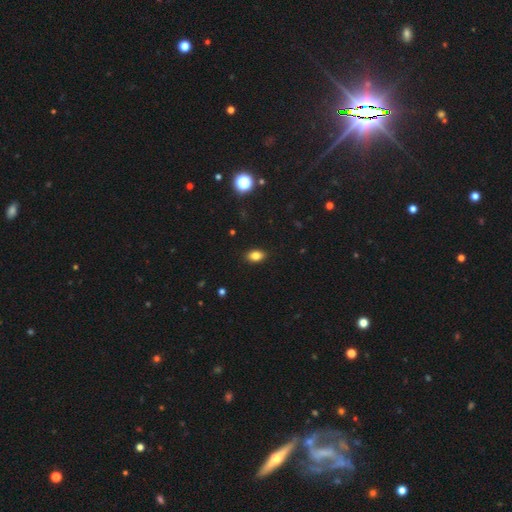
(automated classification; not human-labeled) Q: Smooth or featured?
A: smooth (82%); runner-up: star or artifact (11%)
Q: How rounded?
A: in between (84%); runner-up: round (15%)
Q: Merging?
A: none (89%); runner-up: minor disturbance (8%)